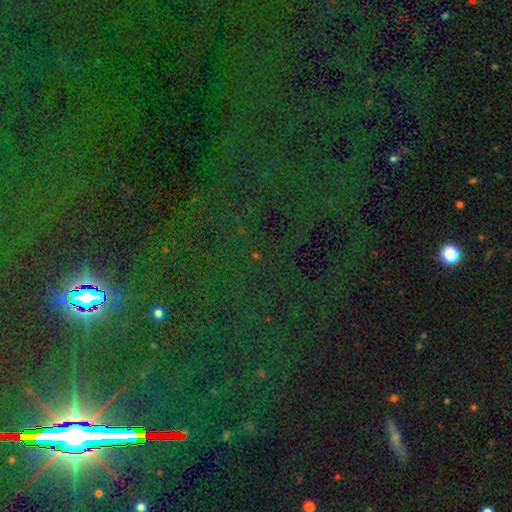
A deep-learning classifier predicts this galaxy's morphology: Smooth or featured: star or artifact — 80% (smooth — 12%)